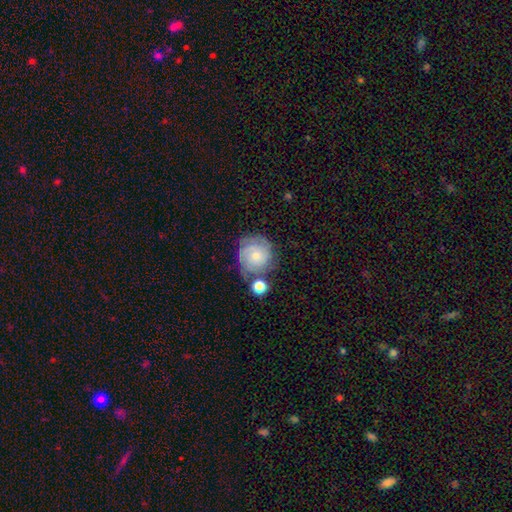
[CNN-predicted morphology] The model was most divided on "spiral arm count": can't tell: 36%, 2: 31%, 3: 19%, 1: 6%, 4: 6%, more than 4: 4%. More confident: edge-on disk — no (98%); spiral arms — yes (88%); bar — no (78%); spiral winding — tight (67%); bulge size — small (62%); smooth or featured — featured or disk (61%); merging — none (57%).